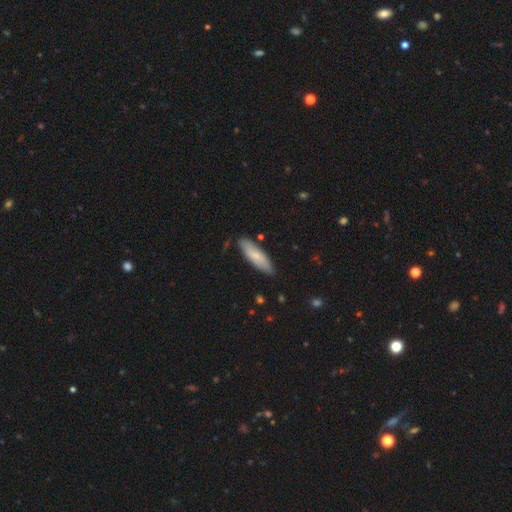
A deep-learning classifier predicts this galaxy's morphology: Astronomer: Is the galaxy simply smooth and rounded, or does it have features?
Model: smooth — 74%.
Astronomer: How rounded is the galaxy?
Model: cigar-shaped — 54% (runner-up: in between, 45%).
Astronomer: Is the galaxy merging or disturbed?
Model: none — 83%.